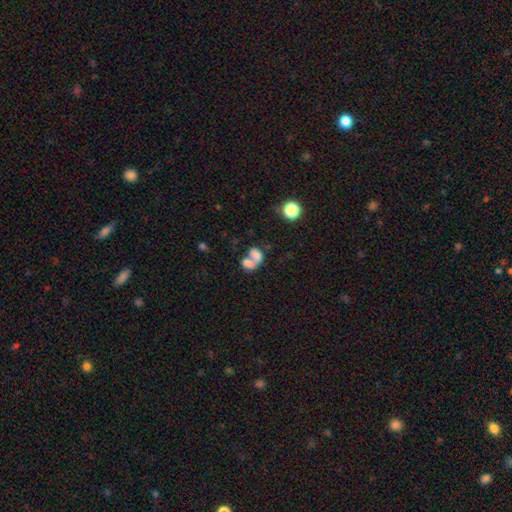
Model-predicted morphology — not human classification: Smooth or featured: smooth — 67% (featured or disk — 22%)
How rounded: in between — 70% (round — 28%)
Merging: merger — 70% (none — 16%)